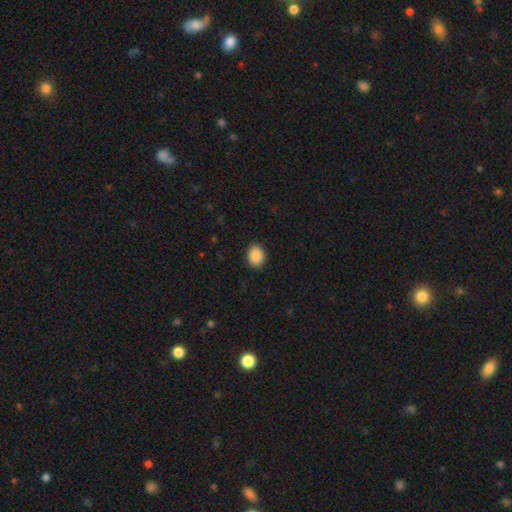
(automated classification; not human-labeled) Smooth or featured: smooth — 89% (star or artifact — 8%)
How rounded: in between — 63% (round — 36%)
Merging: none — 88% (minor disturbance — 9%)